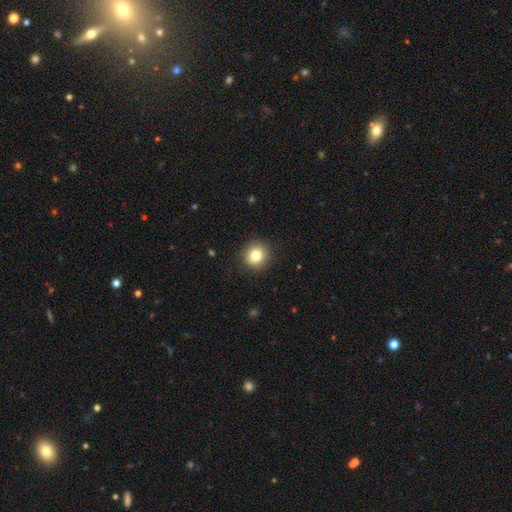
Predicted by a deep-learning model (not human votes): Smooth or featured?
  - smooth: 82% *
  - star or artifact: 10%
  - featured or disk: 7%
How rounded?
  - round: 88% *
  - in between: 11%
  - cigar-shaped: 1%
Merging?
  - none: 91% *
  - minor disturbance: 6%
  - major disturbance: 2%
  - merger: 1%